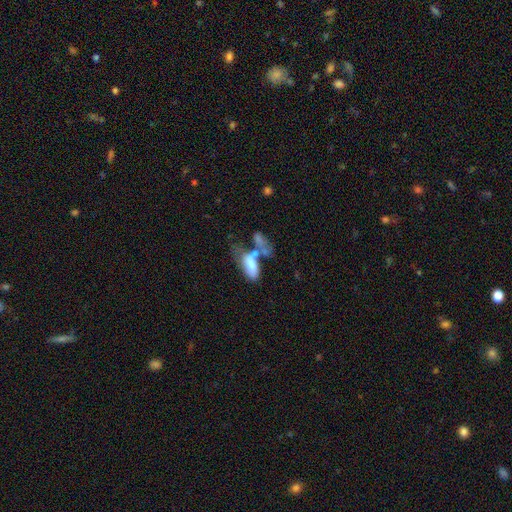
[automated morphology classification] smooth_or_featured: smooth (p=0.54) [alt: featured or disk p=0.31]
how_rounded: in between (p=0.74) [alt: cigar-shaped p=0.22]
merging: merger (p=0.49) [alt: none p=0.23]